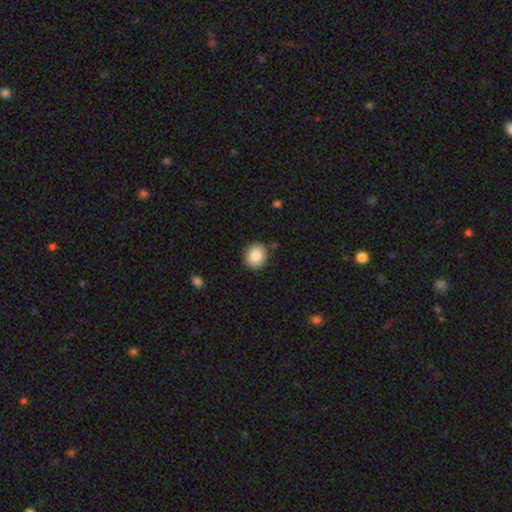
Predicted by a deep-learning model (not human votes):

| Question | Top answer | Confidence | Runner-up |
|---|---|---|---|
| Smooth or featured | smooth | 86% | star or artifact (8%) |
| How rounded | round | 83% | in between (16%) |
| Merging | none | 86% | minor disturbance (10%) |